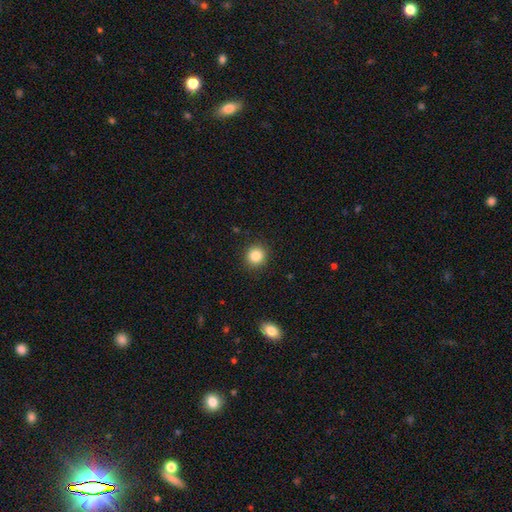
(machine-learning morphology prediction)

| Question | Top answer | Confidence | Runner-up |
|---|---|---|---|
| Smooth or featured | smooth | 85% | star or artifact (11%) |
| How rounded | round | 92% | in between (7%) |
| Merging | none | 91% | minor disturbance (6%) |